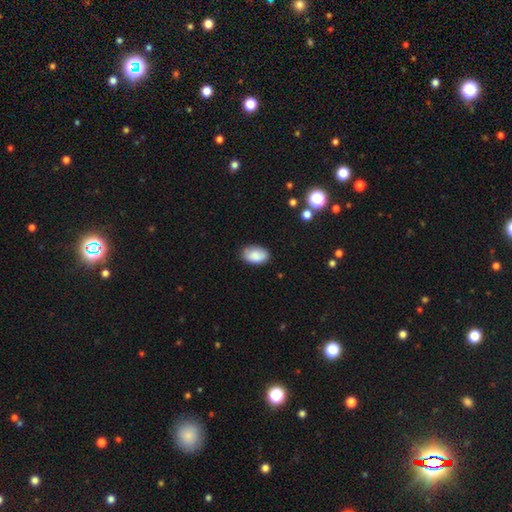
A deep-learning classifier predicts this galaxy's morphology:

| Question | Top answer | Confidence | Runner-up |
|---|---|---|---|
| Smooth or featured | smooth | 85% | featured or disk (8%) |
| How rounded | in between | 91% | round (8%) |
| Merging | none | 79% | minor disturbance (16%) |